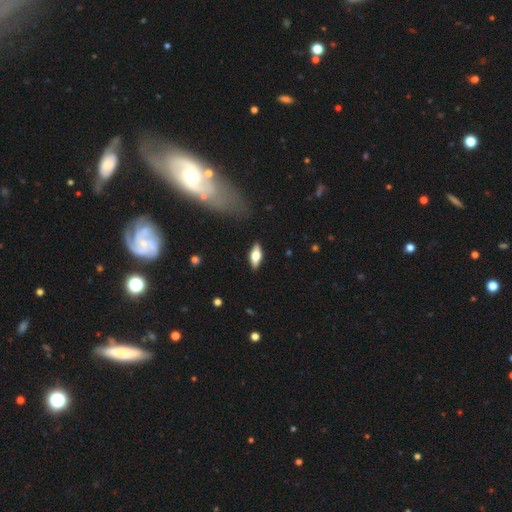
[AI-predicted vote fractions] Morphology: type=smooth (57%); roundness=in between (73%); merging=none (87%).